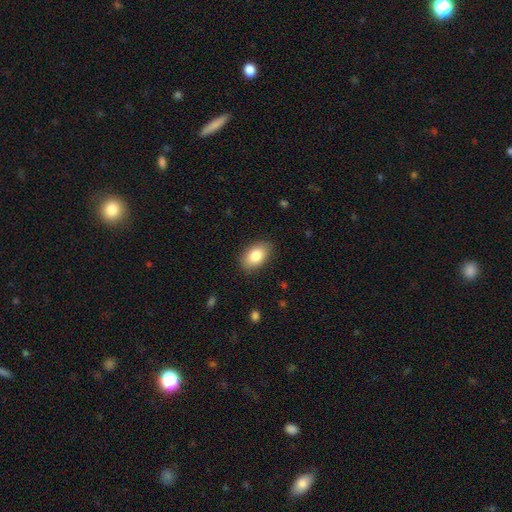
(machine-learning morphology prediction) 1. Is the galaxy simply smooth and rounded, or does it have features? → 84% smooth, 9% featured or disk, 7% star or artifact.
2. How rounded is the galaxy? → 91% in between, 7% round, 2% cigar-shaped.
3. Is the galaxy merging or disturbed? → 86% none, 10% minor disturbance, 3% major disturbance, 1% merger.